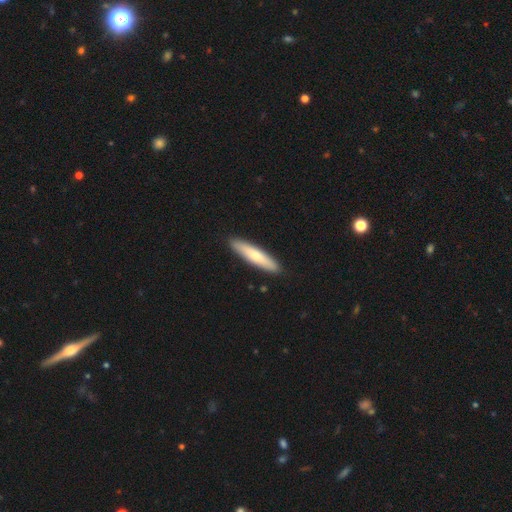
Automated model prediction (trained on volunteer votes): Q: Smooth or featured?
A: smooth (69%); runner-up: featured or disk (27%)
Q: How rounded?
A: cigar-shaped (86%); runner-up: in between (13%)
Q: Merging?
A: none (91%); runner-up: minor disturbance (7%)